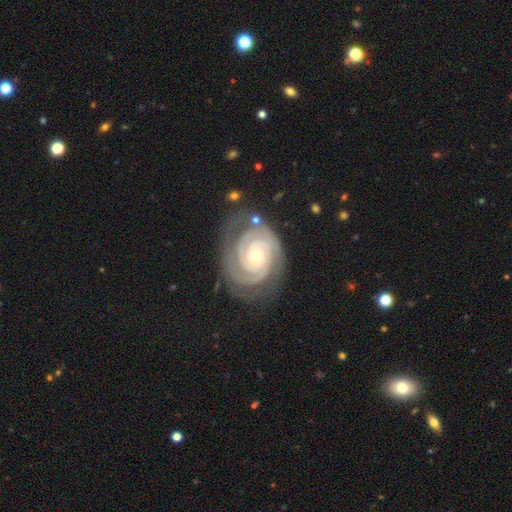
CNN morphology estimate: This appears to be a featured or disk galaxy (92%) with no bar (75%), 2 (53%) tight (83%) spiral arms (98%) and a small central bulge (60%). Merging: none (75%).